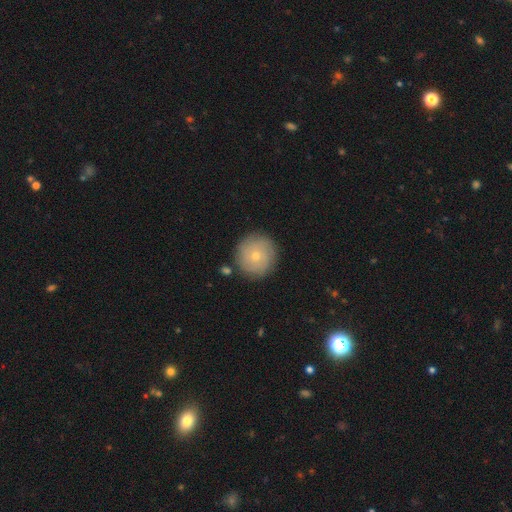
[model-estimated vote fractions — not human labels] Smooth or featured: smooth — 54% (featured or disk — 38%)
How rounded: round — 94% (in between — 5%)
Merging: none — 85% (minor disturbance — 9%)